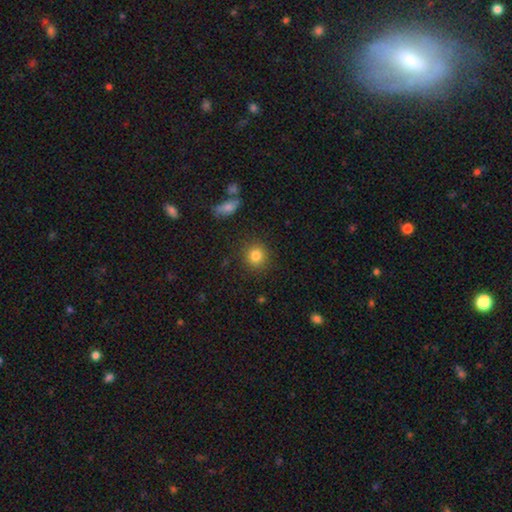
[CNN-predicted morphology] The model was most divided on "smooth or featured": smooth: 83%, star or artifact: 11%, featured or disk: 6%. More confident: how rounded — round (89%); merging — none (88%).